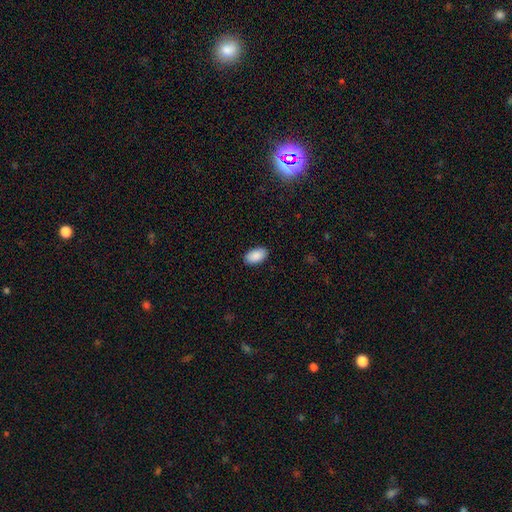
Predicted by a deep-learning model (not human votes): This is clearly a smooth galaxy (90%). How rounded: clearly in between (95%). Merging: clearly none (89%).